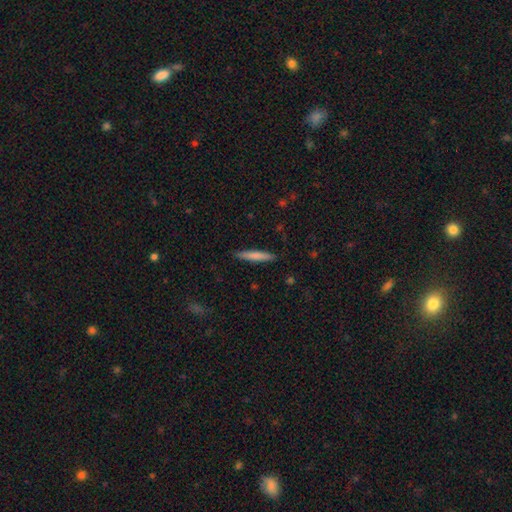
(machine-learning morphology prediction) The model was most divided on "smooth or featured": smooth: 74%, featured or disk: 20%, star or artifact: 5%. More confident: how rounded — cigar-shaped (94%); merging — none (90%).